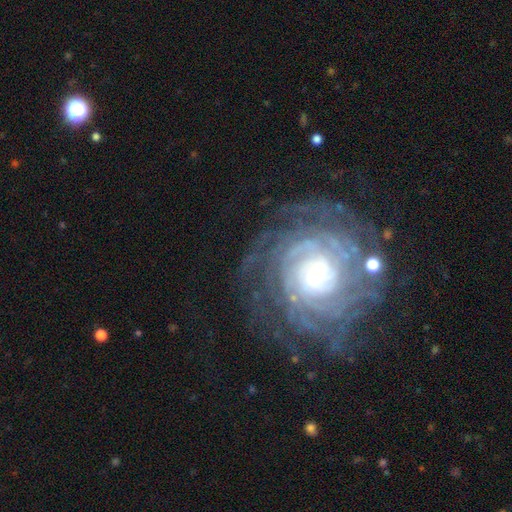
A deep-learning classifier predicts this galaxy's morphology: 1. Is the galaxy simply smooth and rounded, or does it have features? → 86% featured or disk, 8% star or artifact, 6% smooth.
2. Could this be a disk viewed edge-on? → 97% no, 3% yes.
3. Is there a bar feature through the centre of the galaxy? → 51% no, 33% weak, 16% strong.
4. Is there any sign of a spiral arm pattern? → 97% yes, 3% no.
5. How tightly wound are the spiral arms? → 83% tight, 14% medium, 3% loose.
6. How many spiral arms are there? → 30% can't tell, 23% more than 4, 16% 4, 12% 3, 11% 2, 8% 1.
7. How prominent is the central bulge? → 57% small, 35% moderate, 5% large, 2% none, 1% dominant.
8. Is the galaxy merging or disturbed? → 79% none, 12% minor disturbance, 7% major disturbance, 2% merger.